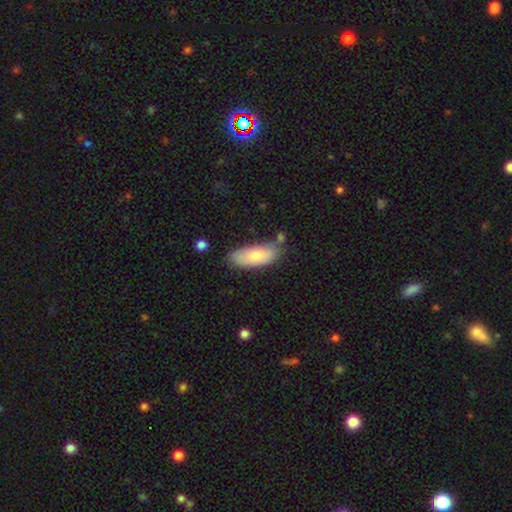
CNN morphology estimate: type=smooth (76%); roundness=in between (79%); merging=none (71%).